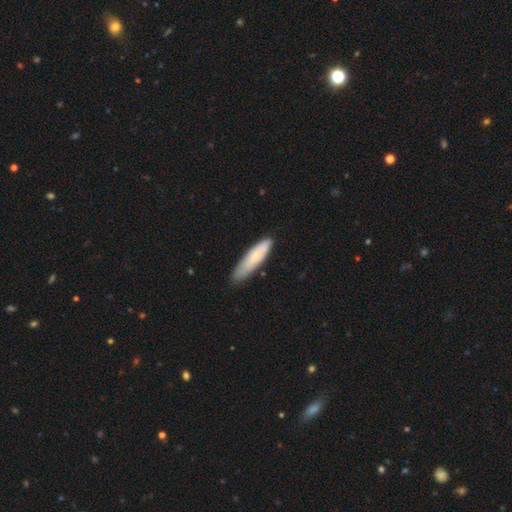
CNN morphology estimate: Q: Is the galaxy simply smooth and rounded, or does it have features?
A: smooth — 71%.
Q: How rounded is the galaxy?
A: cigar-shaped — 74%.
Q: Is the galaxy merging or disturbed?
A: none — 75%.